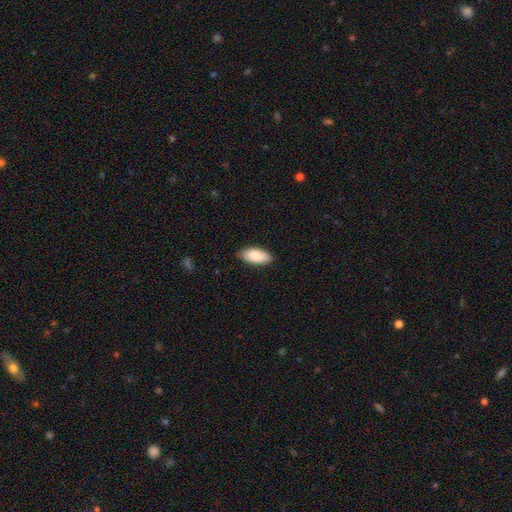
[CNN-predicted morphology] Overall: smooth (88%). How rounded: in between (90%). Merging: none (82%).